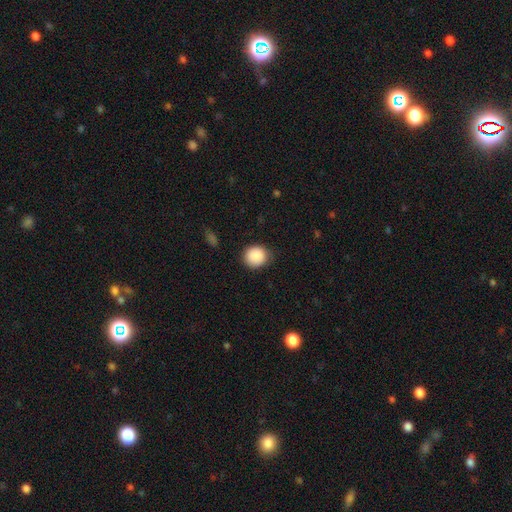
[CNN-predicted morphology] smooth 89%, star or artifact 8%, featured or disk 4%. Down the decision tree: how rounded — round (82%); merging — none (84%).